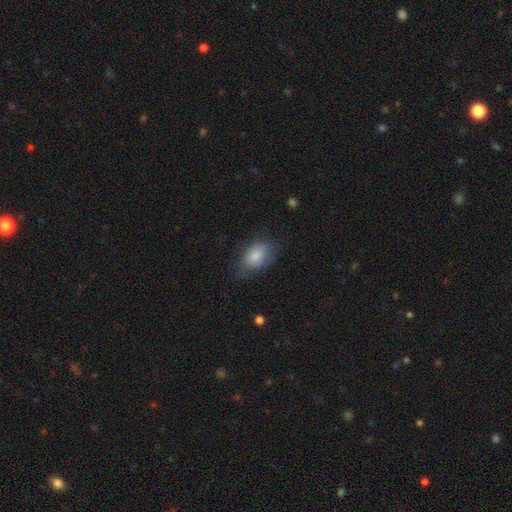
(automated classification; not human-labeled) Smooth or featured? smooth (82%)
How rounded? in between (86%)
Merging? none (60%)